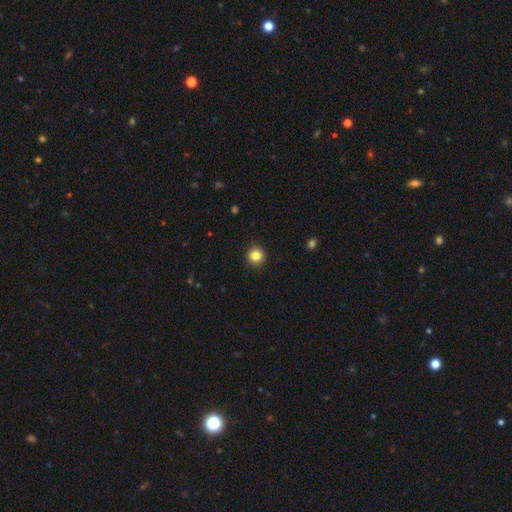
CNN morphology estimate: The model was most divided on "smooth or featured": smooth: 85%, star or artifact: 11%, featured or disk: 5%. More confident: how rounded — round (93%); merging — none (91%).